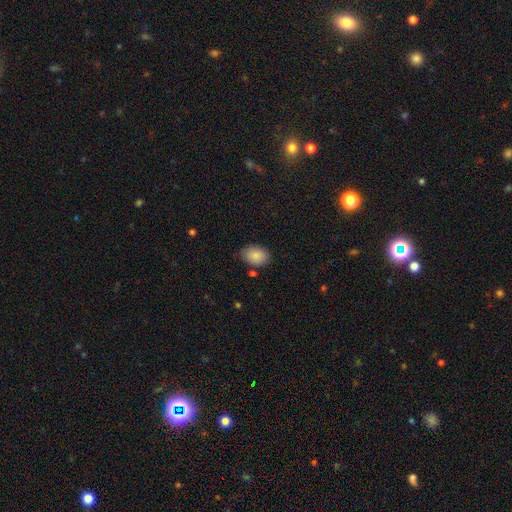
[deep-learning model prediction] smooth 88%, star or artifact 7%, featured or disk 5%. Down the decision tree: how rounded — in between (81%); merging — none (77%).